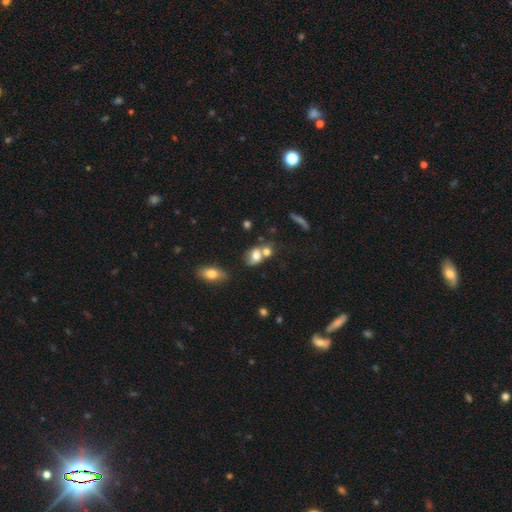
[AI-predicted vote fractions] Q: Smooth or featured?
A: smooth (72%); runner-up: featured or disk (17%)
Q: How rounded?
A: in between (70%); runner-up: round (28%)
Q: Merging?
A: merger (48%); runner-up: none (33%)